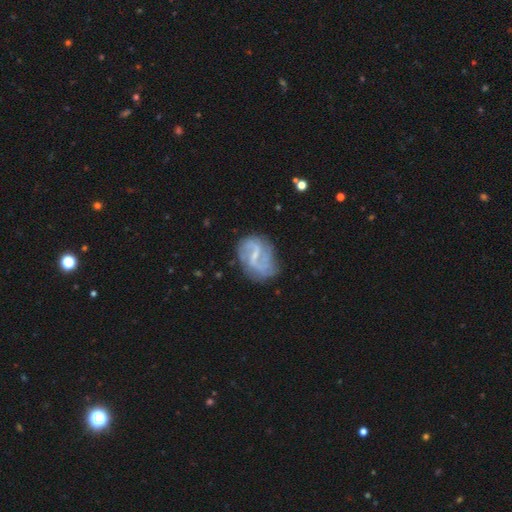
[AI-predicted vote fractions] Morphology: type=featured or disk (79%); edge-on=no (97%); bar=weak (54%); spiral arms=yes (86%); winding=loose (51%); arm count=2 (68%); bulge=small (52%); merging=none (59%).